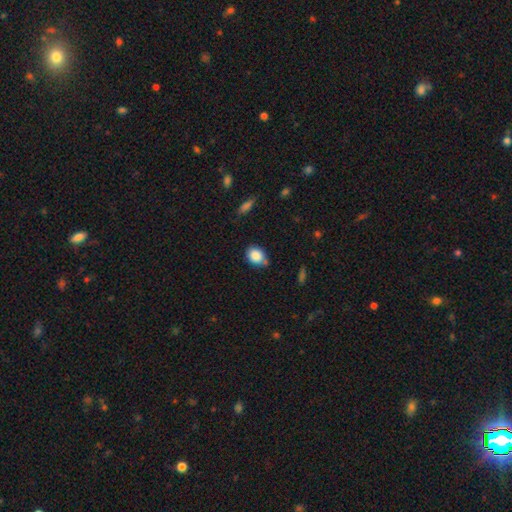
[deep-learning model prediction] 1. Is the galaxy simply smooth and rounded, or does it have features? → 87% smooth, 8% star or artifact, 5% featured or disk.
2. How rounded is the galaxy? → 59% in between, 40% round, 1% cigar-shaped.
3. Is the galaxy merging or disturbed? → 66% none, 22% minor disturbance, 7% merger, 4% major disturbance.